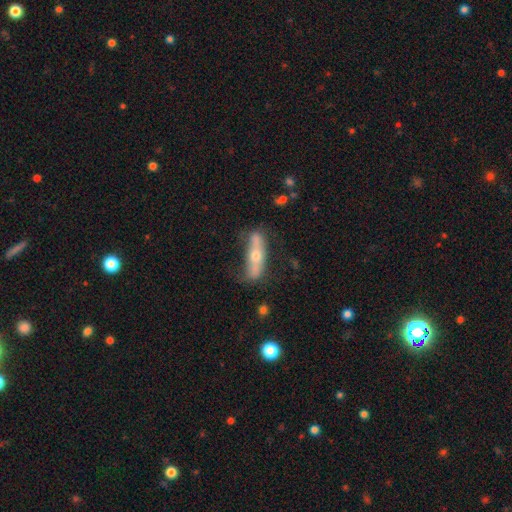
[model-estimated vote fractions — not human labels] The model was most divided on "smooth or featured": featured or disk: 56%, smooth: 37%, star or artifact: 7%. More confident: merging — none (63%); edge-on disk — yes (63%).